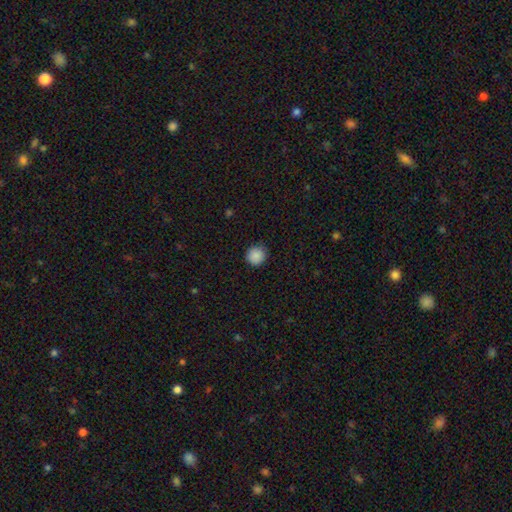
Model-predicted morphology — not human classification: smooth_or_featured: smooth (p=0.88) [alt: star or artifact p=0.09]
how_rounded: round (p=0.94) [alt: in between p=0.05]
merging: none (p=0.89) [alt: minor disturbance p=0.08]